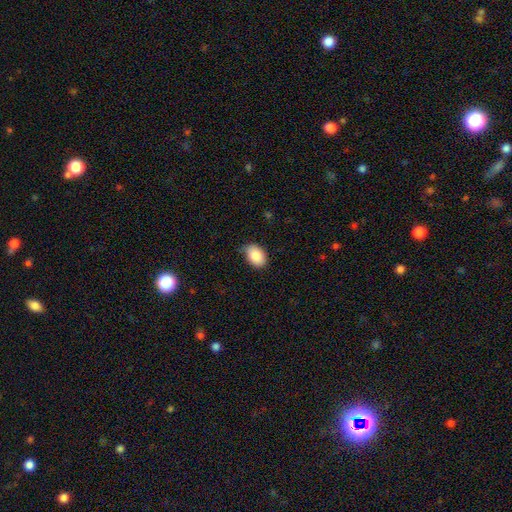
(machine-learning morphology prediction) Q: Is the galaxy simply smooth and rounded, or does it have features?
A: smooth — 88%.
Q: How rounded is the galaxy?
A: in between — 86%.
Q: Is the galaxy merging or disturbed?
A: none — 69%.